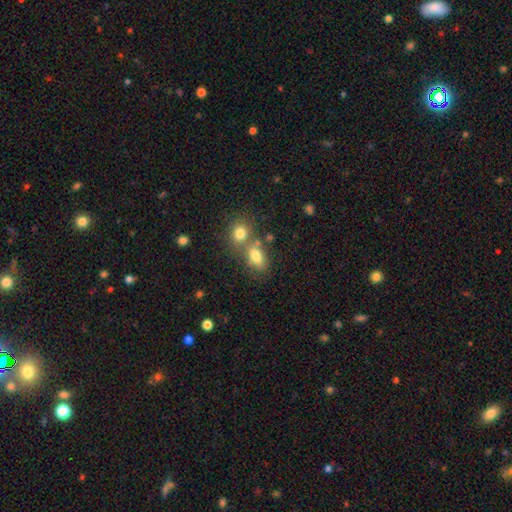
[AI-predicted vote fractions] This is likely a smooth galaxy (78%). How rounded: clearly in between (81%). Merging: marginally merger (43%).